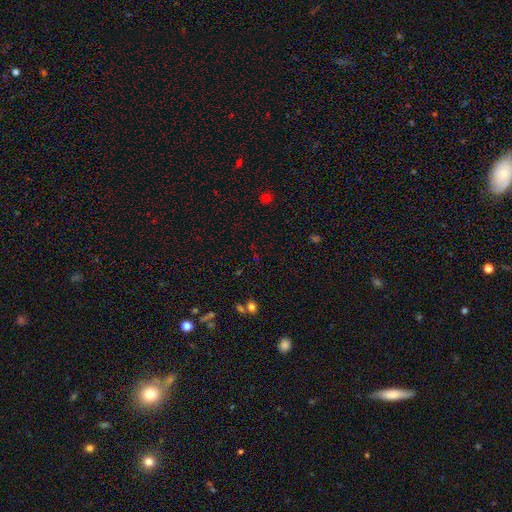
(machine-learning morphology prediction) Smooth or featured? Predicted: star or artifact (p=0.55).